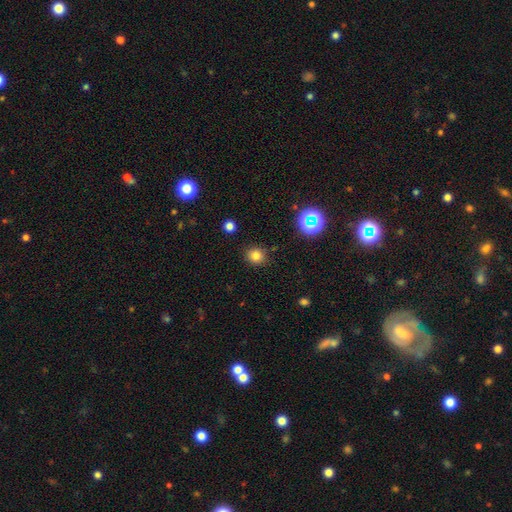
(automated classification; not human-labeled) Morphology: type=smooth (79%); roundness=round (86%); merging=none (87%).